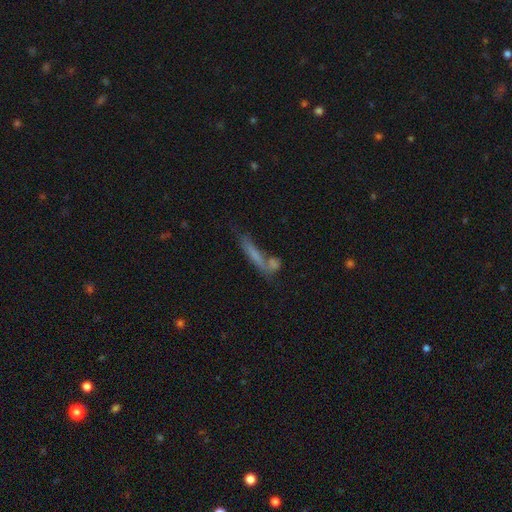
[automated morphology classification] Smooth or featured? Predicted: smooth (p=0.60). How rounded? Predicted: cigar-shaped (p=0.84). Merging? Predicted: none (p=0.50).